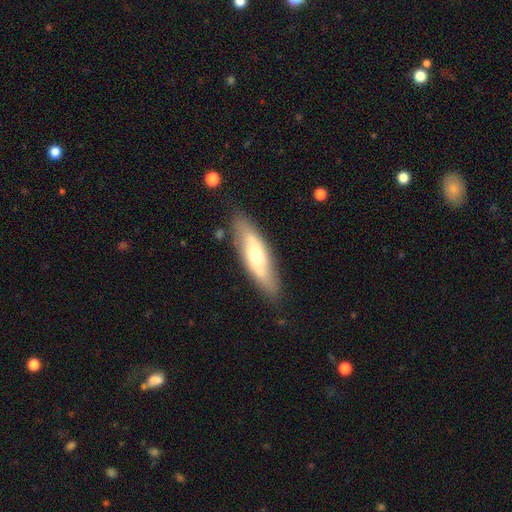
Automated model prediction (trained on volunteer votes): featured or disk 52%, smooth 42%, star or artifact 6%. Down the decision tree: edge-on disk — no (60%); merging — none (81%).